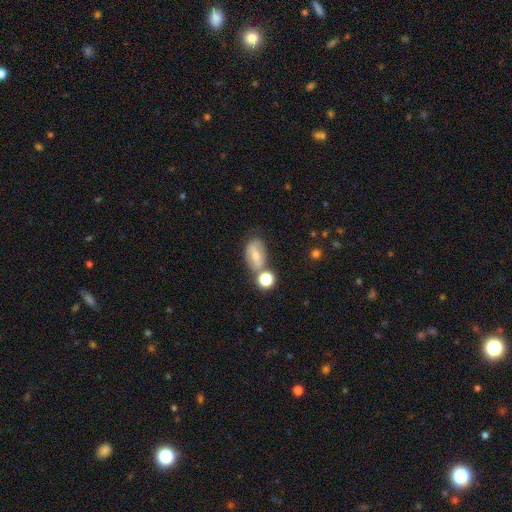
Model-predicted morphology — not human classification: Smooth or featured? smooth (56%)
How rounded? in between (82%)
Merging? none (52%)